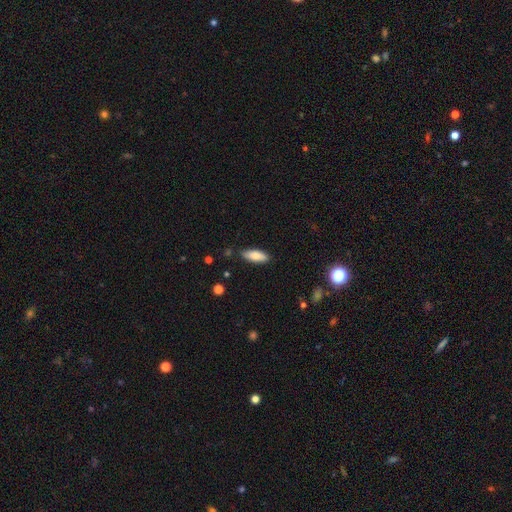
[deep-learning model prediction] This appears to be a smooth galaxy with no disk features (82%) that is in between round and cigar-shaped (70%). Merging: none (85%).